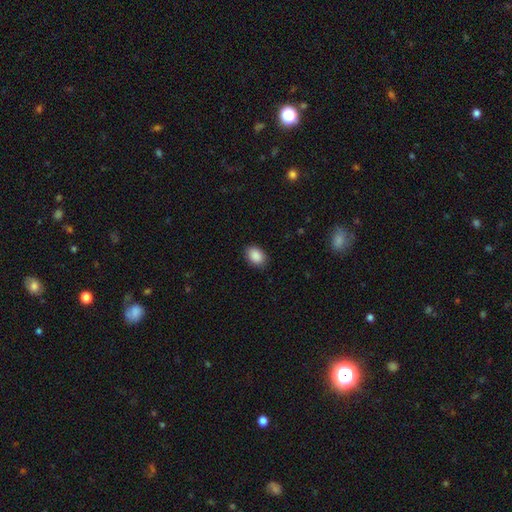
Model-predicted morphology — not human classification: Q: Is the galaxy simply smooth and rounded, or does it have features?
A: smooth — 89%.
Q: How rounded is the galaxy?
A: in between — 80%.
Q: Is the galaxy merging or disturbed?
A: none — 86%.